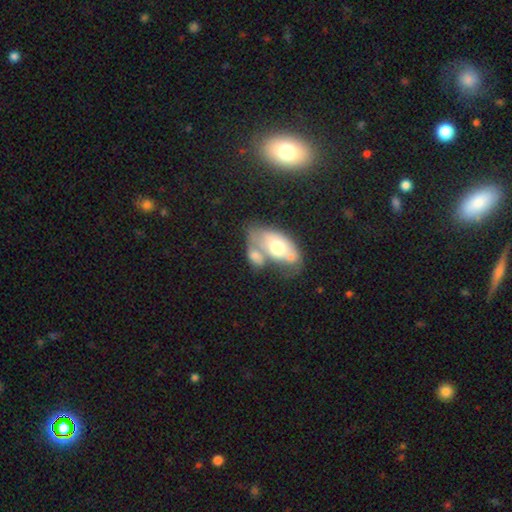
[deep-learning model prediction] smooth_or_featured: smooth (p=0.56) [alt: featured or disk p=0.37]
how_rounded: in between (p=0.88) [alt: round p=0.08]
merging: merger (p=0.56) [alt: none p=0.20]